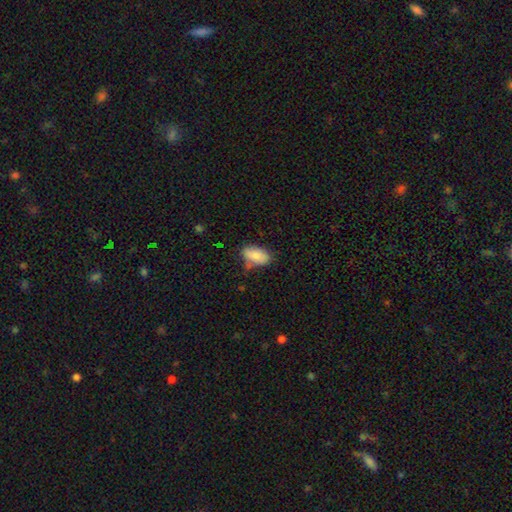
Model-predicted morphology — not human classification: Overall: smooth (84%). How rounded: in between (93%). Merging: none (65%).